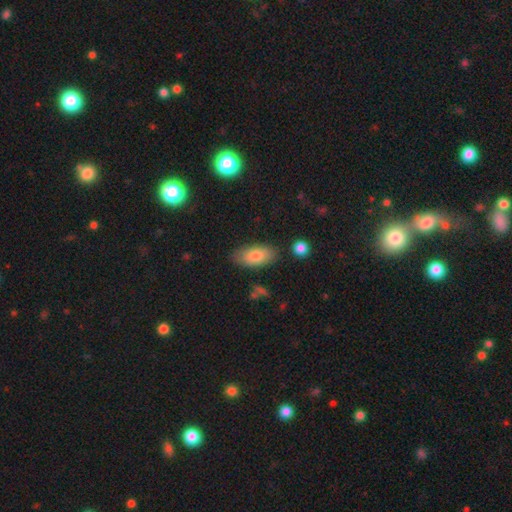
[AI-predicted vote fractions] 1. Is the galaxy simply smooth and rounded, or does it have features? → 79% smooth, 14% featured or disk, 8% star or artifact.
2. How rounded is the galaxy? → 90% in between, 7% cigar-shaped, 3% round.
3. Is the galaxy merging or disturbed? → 82% none, 13% minor disturbance, 3% major disturbance, 3% merger.